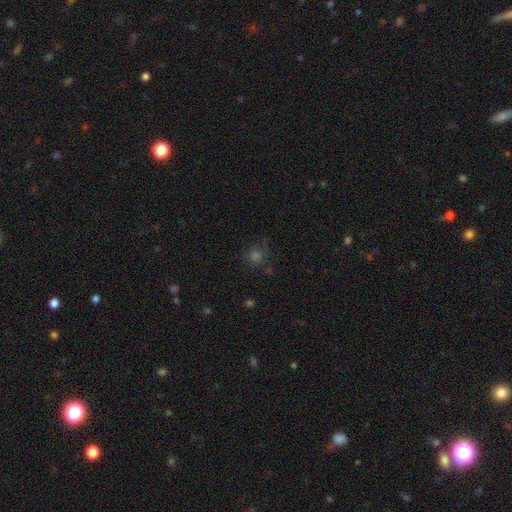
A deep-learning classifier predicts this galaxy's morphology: smooth_or_featured: smooth (p=0.54) [alt: star or artifact p=0.35]
how_rounded: round (p=0.88) [alt: in between p=0.11]
merging: none (p=0.75) [alt: minor disturbance p=0.14]